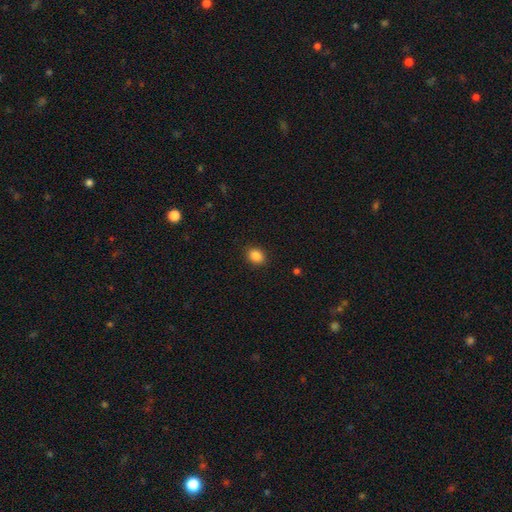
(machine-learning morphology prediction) A smooth galaxy with no disk features (87%) that is in between round and cigar-shaped (56%).

Vote fractions:
- Smooth or featured? smooth: 87% / star or artifact: 10% / featured or disk: 4%
- How rounded? in between: 56% / round: 43% / cigar-shaped: 1%
- Merging? none: 89% / minor disturbance: 7% / major disturbance: 2% / merger: 1%